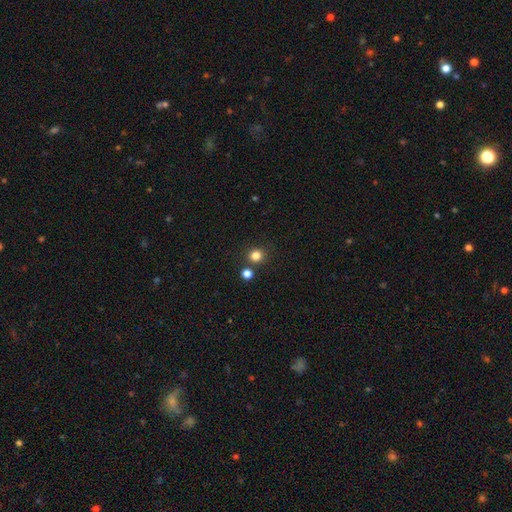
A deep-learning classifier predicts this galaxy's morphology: smooth 81%, star or artifact 15%, featured or disk 4%. Down the decision tree: how rounded — round (91%); merging — none (82%).